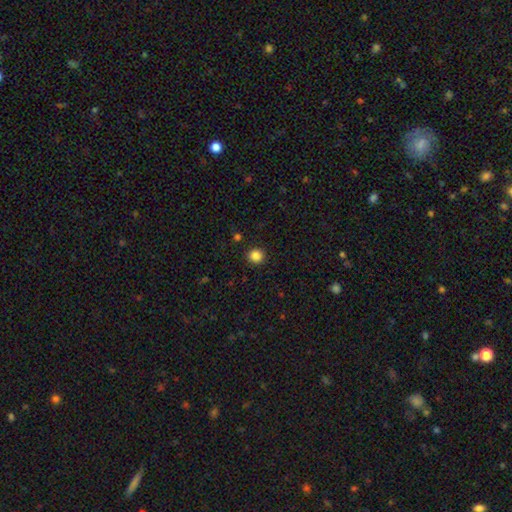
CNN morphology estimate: Smooth or featured? Predicted: smooth (p=0.85). How rounded? Predicted: round (p=0.92). Merging? Predicted: none (p=0.92).